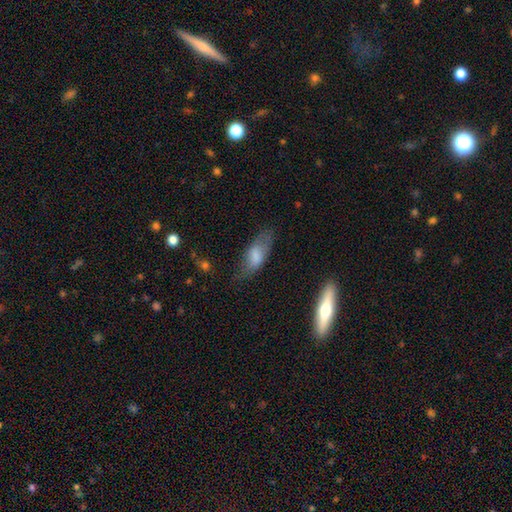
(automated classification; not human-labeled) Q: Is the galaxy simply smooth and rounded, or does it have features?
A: smooth — 71%.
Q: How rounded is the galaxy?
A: in between — 78%.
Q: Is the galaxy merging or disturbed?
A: none — 60%.